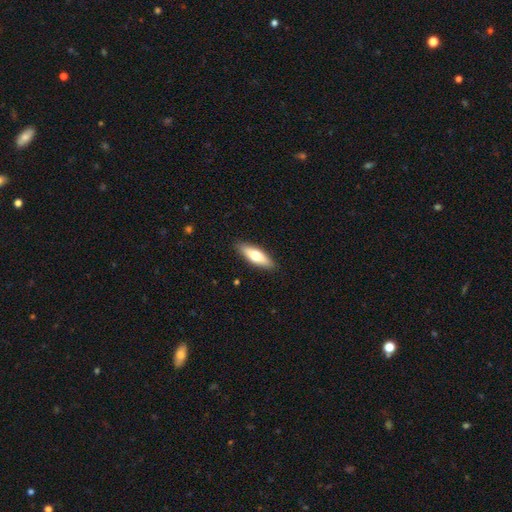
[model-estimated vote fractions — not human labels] Smooth or featured? Predicted: smooth (p=0.65). How rounded? Predicted: in between (p=0.52). Merging? Predicted: none (p=0.89).